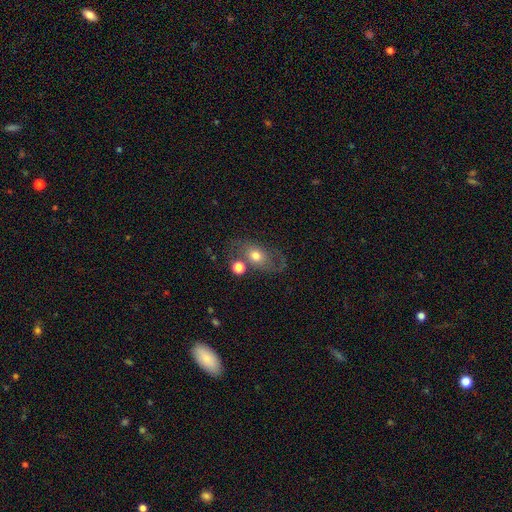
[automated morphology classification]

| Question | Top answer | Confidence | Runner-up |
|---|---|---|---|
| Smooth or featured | smooth | 52% | featured or disk (38%) |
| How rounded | in between | 66% | round (31%) |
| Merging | none | 56% | minor disturbance (17%) |